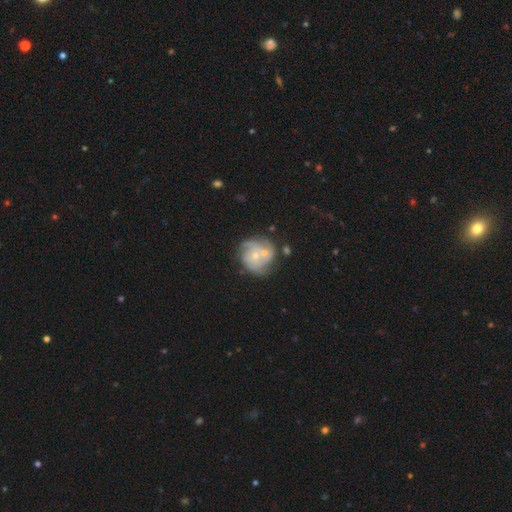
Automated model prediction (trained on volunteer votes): smooth_or_featured: featured or disk (p=0.74) [alt: smooth p=0.20]
disk_edge_on: no (p=0.98) [alt: yes p=0.02]
bar: no (p=0.78) [alt: weak p=0.19]
has_spiral_arms: yes (p=0.89) [alt: no p=0.11]
spiral_winding: tight (p=0.52) [alt: medium p=0.36]
spiral_arm_count: 3 (p=0.38) [alt: 2 p=0.24]
bulge_size: small (p=0.62) [alt: moderate p=0.34]
merging: none (p=0.47) [alt: merger p=0.29]